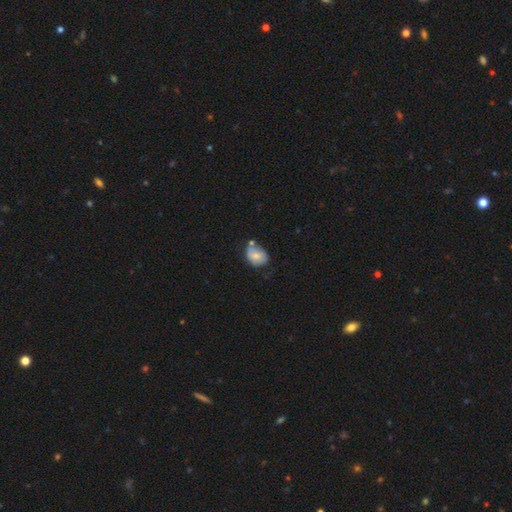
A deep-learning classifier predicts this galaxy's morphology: Smooth or featured? Predicted: smooth (p=0.66). How rounded? Predicted: in between (p=0.58). Merging? Predicted: none (p=0.42).